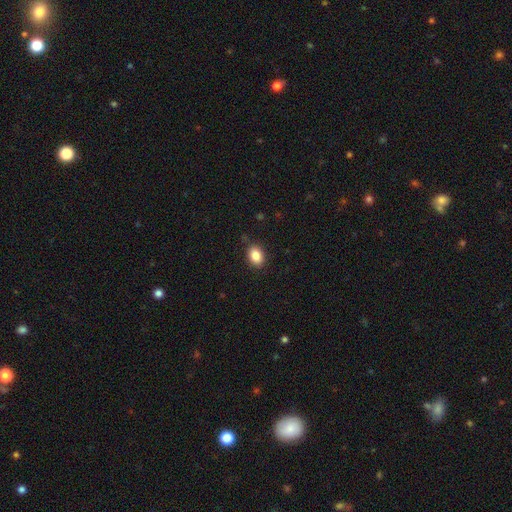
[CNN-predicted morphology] smooth_or_featured: smooth (p=0.86) [alt: star or artifact p=0.08]
how_rounded: in between (p=0.77) [alt: round p=0.22]
merging: none (p=0.85) [alt: minor disturbance p=0.11]